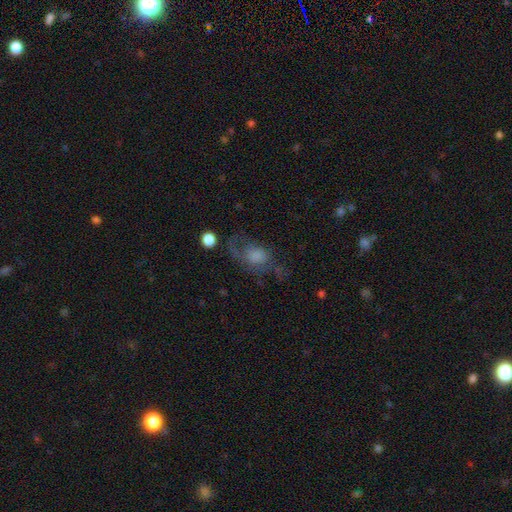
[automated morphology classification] Smooth or featured: featured or disk — 50% (smooth — 35%)
Edge-on disk: no — 92% (yes — 8%)
Merging: none — 47% (major disturbance — 29%)